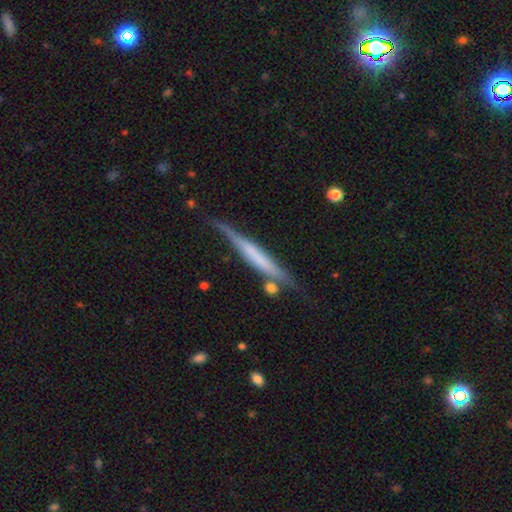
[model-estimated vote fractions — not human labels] Smooth or featured: featured or disk — 58% (smooth — 36%)
Edge-on disk: yes — 94% (no — 6%)
Edge-on bulge: none — 58% (boxy — 23%)
Merging: none — 64% (minor disturbance — 23%)